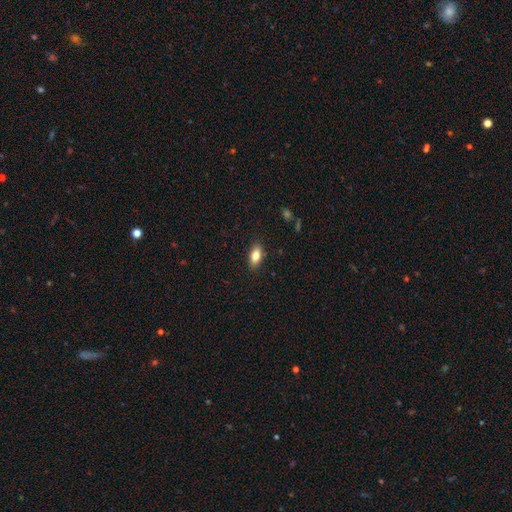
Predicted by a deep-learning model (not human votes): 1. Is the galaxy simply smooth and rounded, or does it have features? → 81% smooth, 12% featured or disk, 8% star or artifact.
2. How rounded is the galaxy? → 87% in between, 8% cigar-shaped, 5% round.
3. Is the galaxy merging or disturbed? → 88% none, 9% minor disturbance, 2% major disturbance, 1% merger.